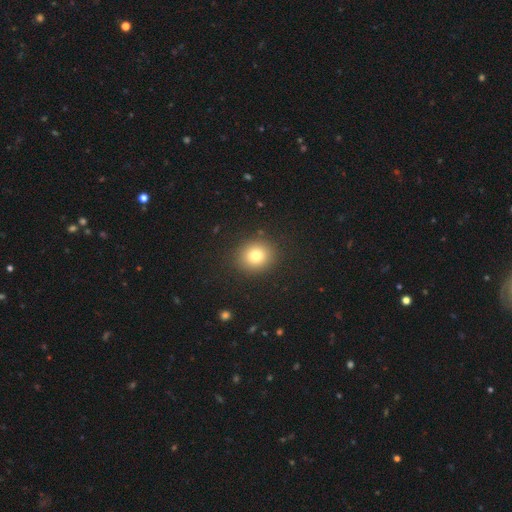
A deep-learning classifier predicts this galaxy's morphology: Smooth or featured? Predicted: smooth (p=0.79). How rounded? Predicted: round (p=0.82). Merging? Predicted: none (p=0.89).